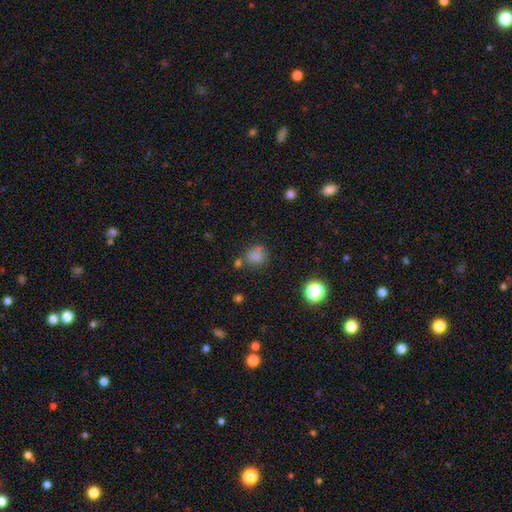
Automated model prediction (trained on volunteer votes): A smooth galaxy with no disk features (78%) that is round (80%). Merging: none (64%).